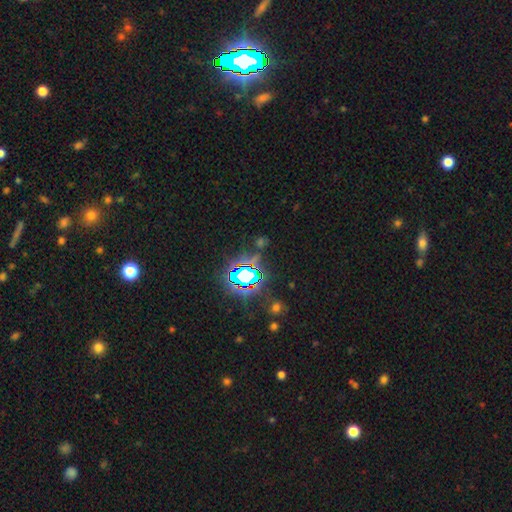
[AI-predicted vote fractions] This appears to be a star or artifact, not a galaxy (80%).